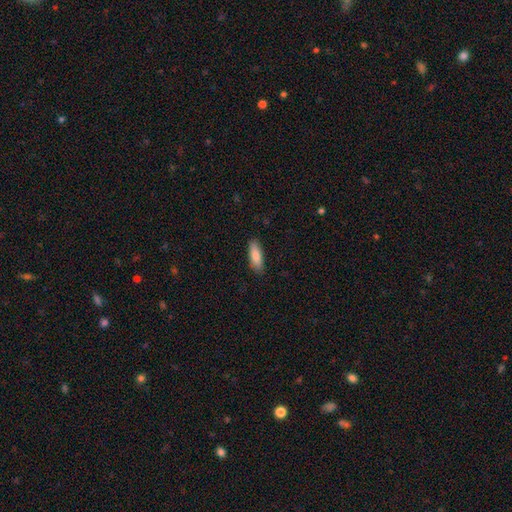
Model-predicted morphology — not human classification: Smooth or featured: smooth — 86% (featured or disk — 8%)
How rounded: in between — 54% (cigar-shaped — 44%)
Merging: none — 87% (minor disturbance — 10%)